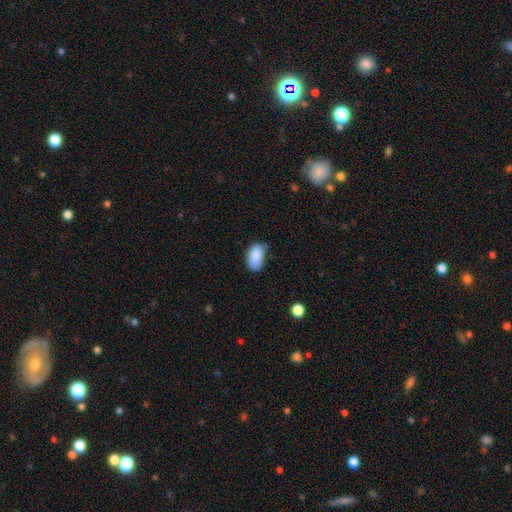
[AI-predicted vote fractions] smooth-or-featured: smooth: 86% | star or artifact: 8% | featured or disk: 6%
  how-rounded: in between: 92% | round: 6% | cigar-shaped: 2%
  merging: none: 54% | minor disturbance: 35% | major disturbance: 8% | merger: 3%